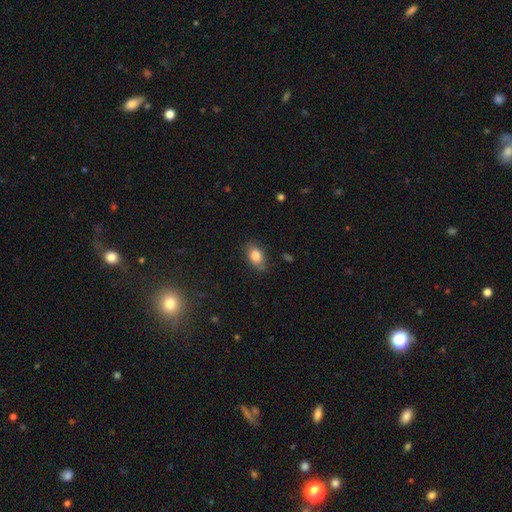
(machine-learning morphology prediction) smooth_or_featured: smooth (p=0.83) [alt: featured or disk p=0.10]
how_rounded: in between (p=0.87) [alt: round p=0.11]
merging: none (p=0.78) [alt: minor disturbance p=0.17]